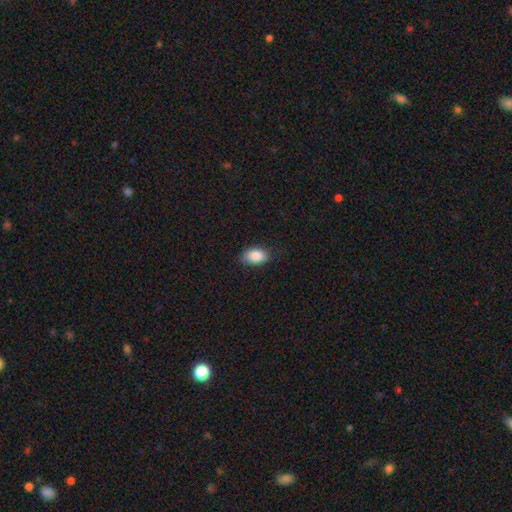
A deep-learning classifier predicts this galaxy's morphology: A smooth galaxy with no disk features (87%) that is in between round and cigar-shaped (91%).

Vote fractions:
- Smooth or featured? smooth: 87% / star or artifact: 7% / featured or disk: 6%
- How rounded? in between: 91% / round: 7% / cigar-shaped: 2%
- Merging? none: 82% / minor disturbance: 15% / major disturbance: 3% / merger: 1%